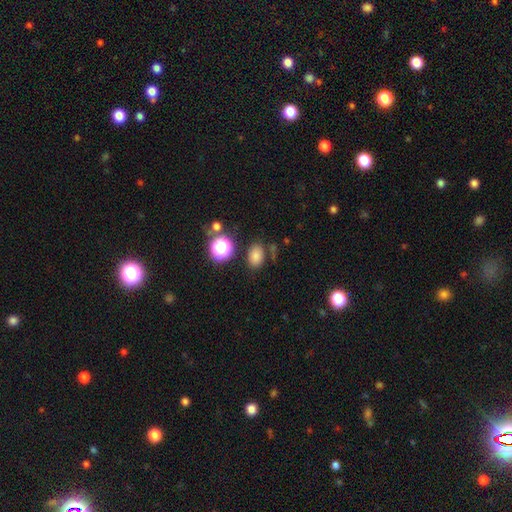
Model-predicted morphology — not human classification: smooth_or_featured: smooth (p=0.78) [alt: star or artifact p=0.16]
how_rounded: in between (p=0.75) [alt: round p=0.24]
merging: none (p=0.77) [alt: minor disturbance p=0.12]